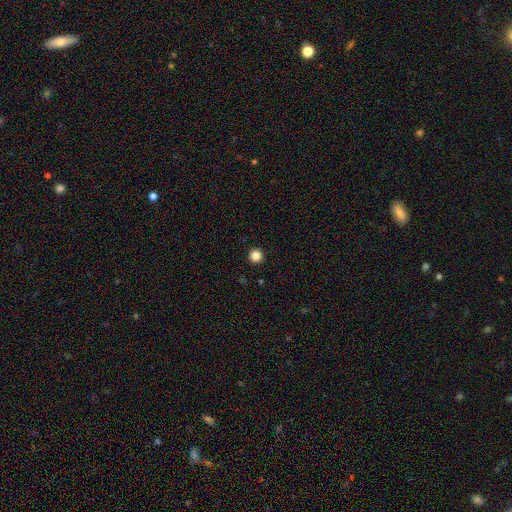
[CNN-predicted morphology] smooth 85%, star or artifact 12%, featured or disk 3%. Down the decision tree: how rounded — round (97%); merging — none (94%).